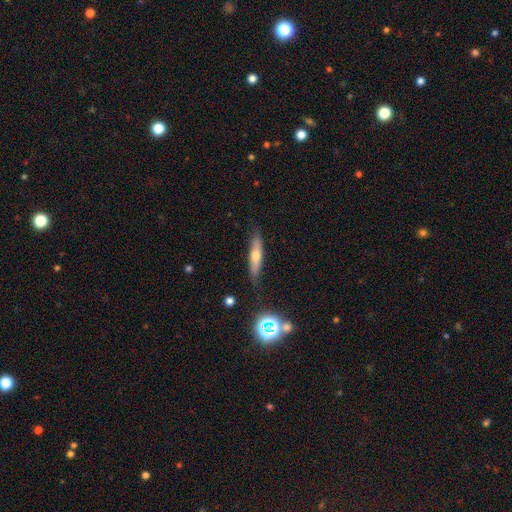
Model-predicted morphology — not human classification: Smooth or featured: smooth — 53% (featured or disk — 38%)
How rounded: cigar-shaped — 76% (in between — 21%)
Merging: none — 80% (minor disturbance — 15%)